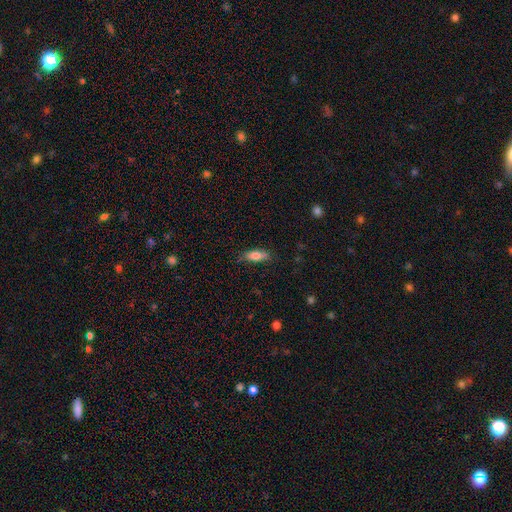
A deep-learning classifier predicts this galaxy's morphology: smooth_or_featured: smooth (p=0.76) [alt: featured or disk p=0.17]
how_rounded: in between (p=0.63) [alt: cigar-shaped p=0.34]
merging: none (p=0.77) [alt: minor disturbance p=0.18]